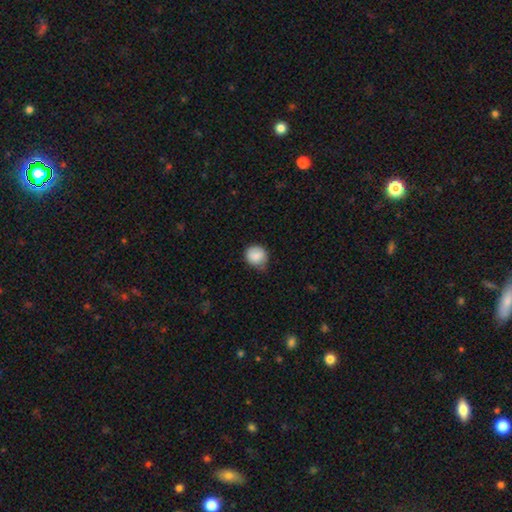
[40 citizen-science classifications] This appears to be a smooth galaxy with no disk features (90%) that is round (92%). Merging: none (61%).